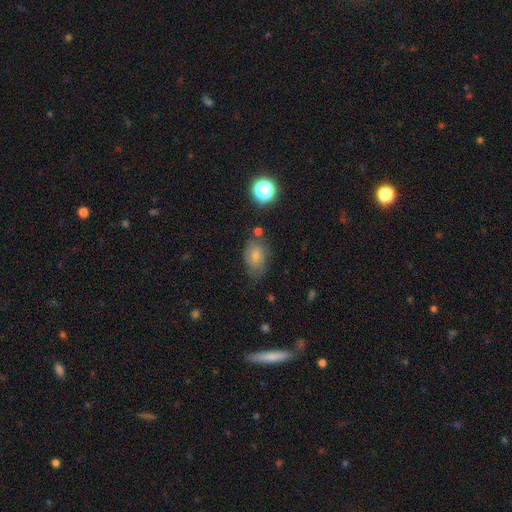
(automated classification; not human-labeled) smooth 68%, featured or disk 20%, star or artifact 12%. Down the decision tree: how rounded — in between (84%); merging — none (60%).